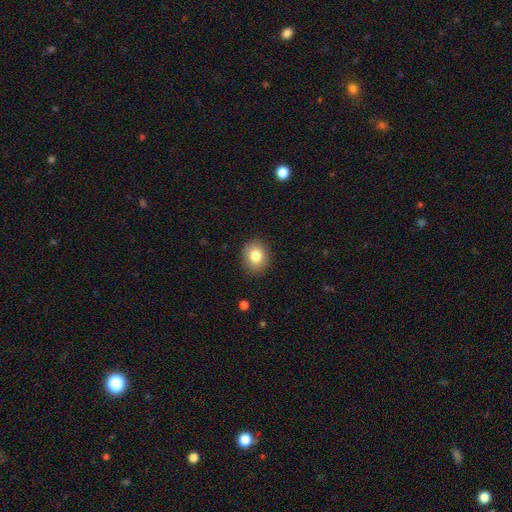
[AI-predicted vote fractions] This appears to be a smooth galaxy with no disk features (82%) that is round (60%). Merging: none (87%).